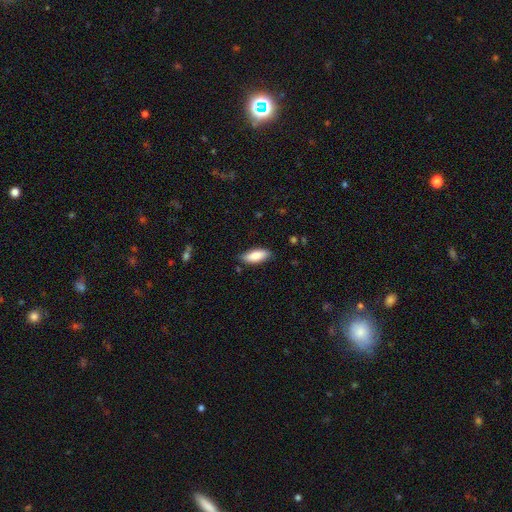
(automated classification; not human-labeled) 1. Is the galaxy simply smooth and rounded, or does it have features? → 82% smooth, 12% featured or disk, 6% star or artifact.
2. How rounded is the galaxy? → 78% in between, 20% cigar-shaped, 2% round.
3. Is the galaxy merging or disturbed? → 83% none, 13% minor disturbance, 2% major disturbance, 1% merger.